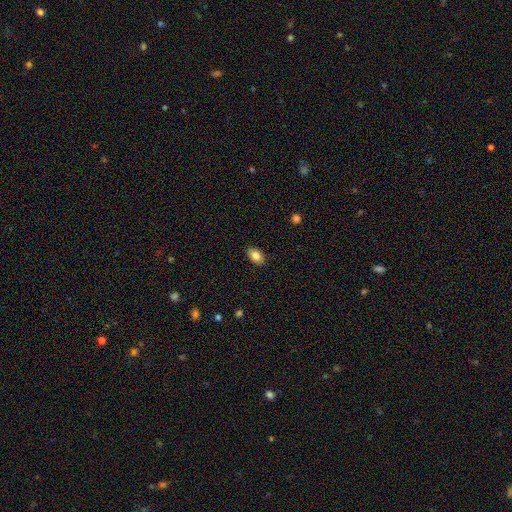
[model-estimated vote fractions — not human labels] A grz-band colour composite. It shows a smooth galaxy with no disk features (84%) that is in between round and cigar-shaped (87%). Merging: none (89%).